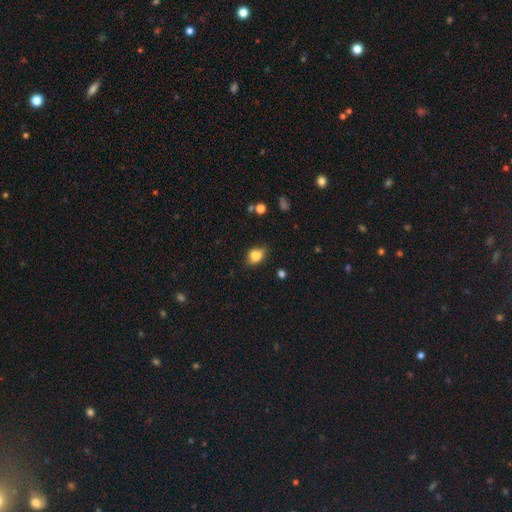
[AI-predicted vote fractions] Smooth or featured: smooth — 76% (featured or disk — 13%)
How rounded: in between — 68% (round — 30%)
Merging: none — 57% (minor disturbance — 26%)